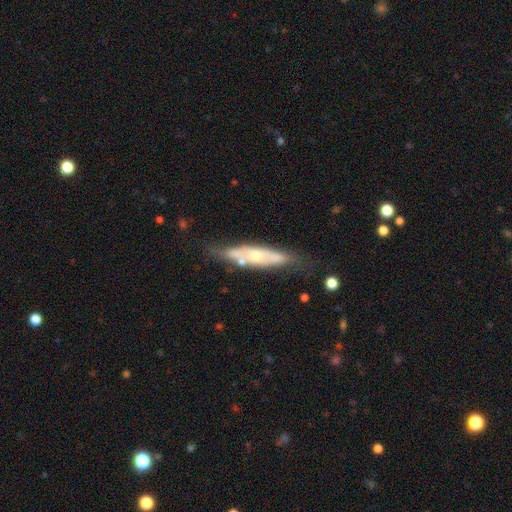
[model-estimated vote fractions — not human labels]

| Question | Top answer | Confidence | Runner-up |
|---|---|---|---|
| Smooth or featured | featured or disk | 59% | smooth (35%) |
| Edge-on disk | yes | 51% | no (49%) |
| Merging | none | 59% | minor disturbance (23%) |